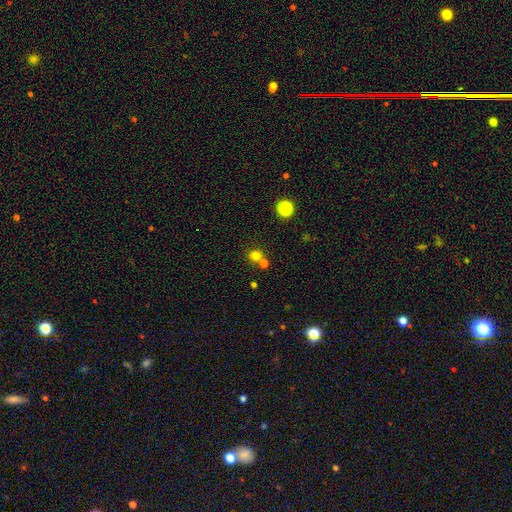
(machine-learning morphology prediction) smooth-or-featured: smooth: 74% | star or artifact: 18% | featured or disk: 8%
  how-rounded: round: 85% | in between: 14% | cigar-shaped: 1%
  merging: none: 58% | merger: 32% | minor disturbance: 7% | major disturbance: 3%